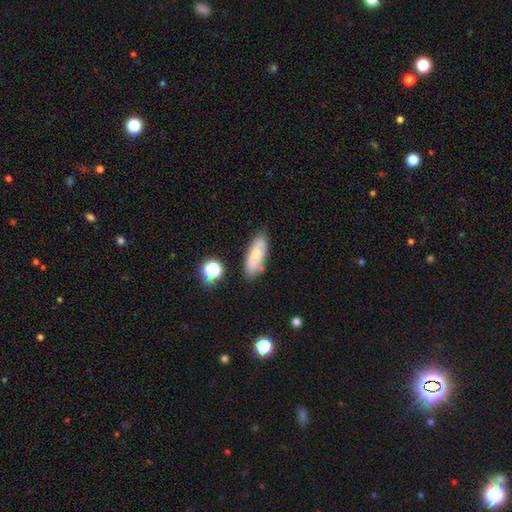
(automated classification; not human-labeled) Smooth or featured: smooth — 72% (featured or disk — 20%)
How rounded: in between — 66% (cigar-shaped — 31%)
Merging: none — 78% (minor disturbance — 15%)